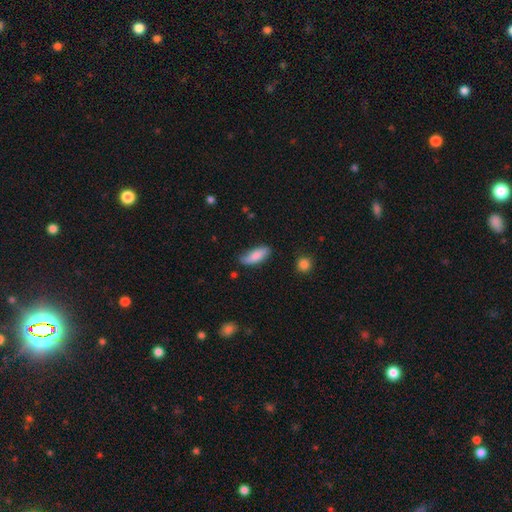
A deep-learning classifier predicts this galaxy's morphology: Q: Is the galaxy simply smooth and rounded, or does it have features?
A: smooth — 81%.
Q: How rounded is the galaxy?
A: in between — 71%.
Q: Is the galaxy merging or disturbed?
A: none — 70%.